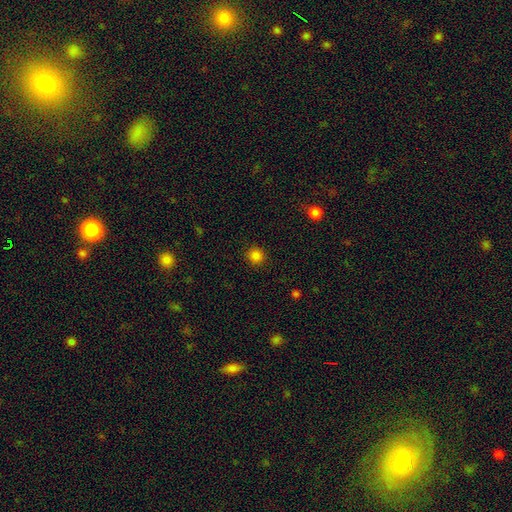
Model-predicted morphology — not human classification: smooth 83%, star or artifact 14%, featured or disk 3%. Down the decision tree: how rounded — round (93%); merging — none (91%).